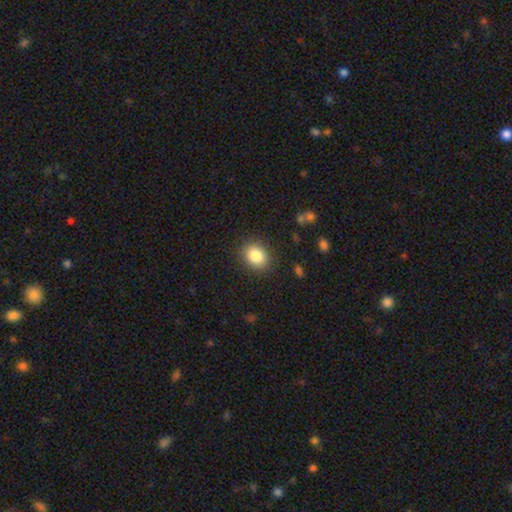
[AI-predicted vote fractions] Smooth or featured? Predicted: smooth (p=0.85). How rounded? Predicted: round (p=0.56). Merging? Predicted: none (p=0.87).